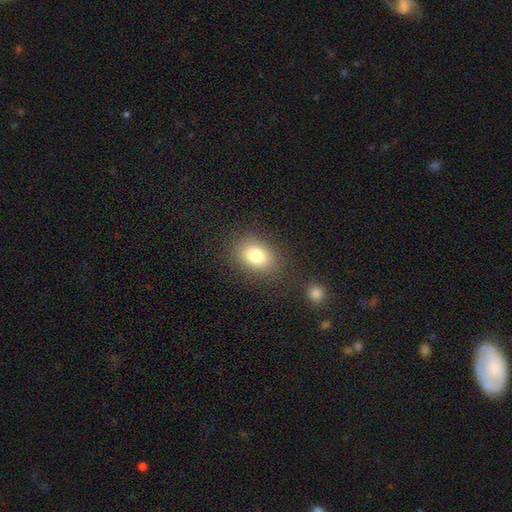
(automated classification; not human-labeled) Smooth or featured: smooth — 81% (star or artifact — 10%)
How rounded: in between — 74% (round — 25%)
Merging: none — 82% (minor disturbance — 11%)